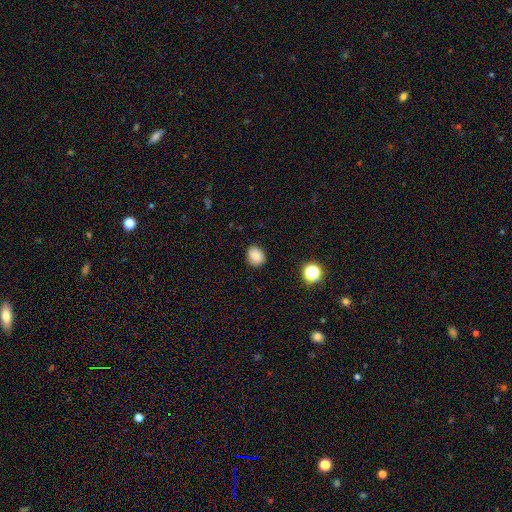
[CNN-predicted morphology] Smooth or featured? smooth (84%)
How rounded? round (59%)
Merging? none (85%)